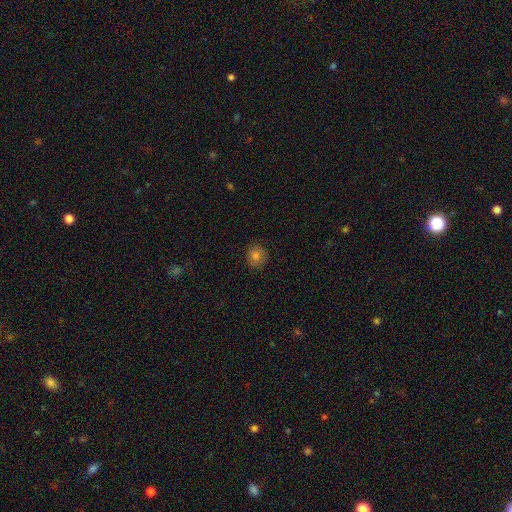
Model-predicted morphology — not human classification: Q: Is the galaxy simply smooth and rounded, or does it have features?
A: smooth — 80%.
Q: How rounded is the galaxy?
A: round — 83%.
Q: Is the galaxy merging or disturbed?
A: none — 88%.